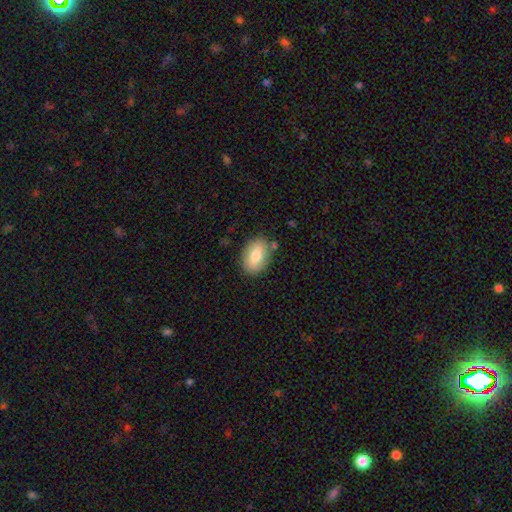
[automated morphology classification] Smooth or featured?
  - smooth: 77% *
  - featured or disk: 16%
  - star or artifact: 7%
How rounded?
  - in between: 85% *
  - round: 13%
  - cigar-shaped: 1%
Merging?
  - none: 81% *
  - minor disturbance: 13%
  - merger: 3%
  - major disturbance: 3%